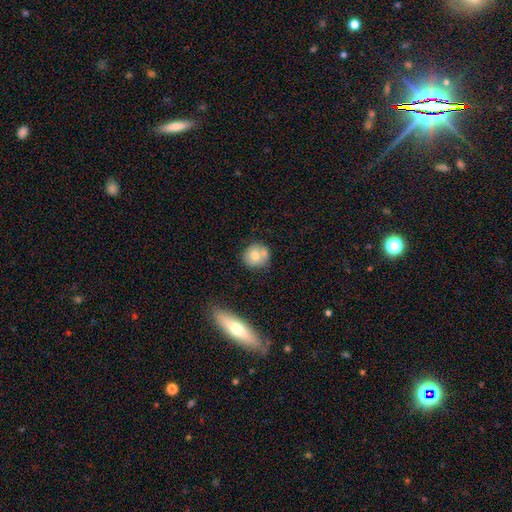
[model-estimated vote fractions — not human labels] Smooth or featured: smooth — 72% (featured or disk — 19%)
How rounded: round — 88% (in between — 11%)
Merging: none — 61% (merger — 22%)